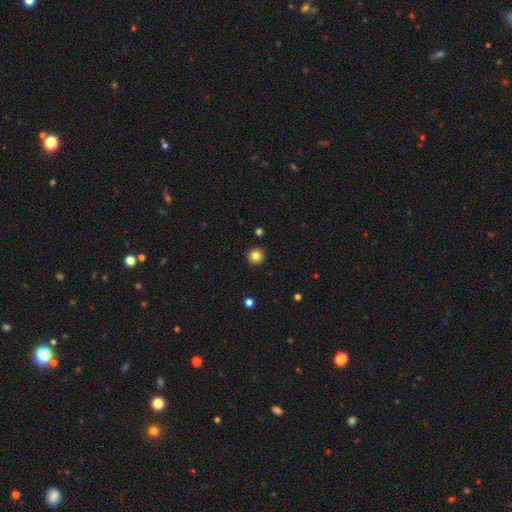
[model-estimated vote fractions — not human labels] smooth-or-featured: smooth: 83% | star or artifact: 11% | featured or disk: 6%
  how-rounded: round: 95% | in between: 4% | cigar-shaped: 1%
  merging: none: 93% | minor disturbance: 4% | major disturbance: 1% | merger: 1%